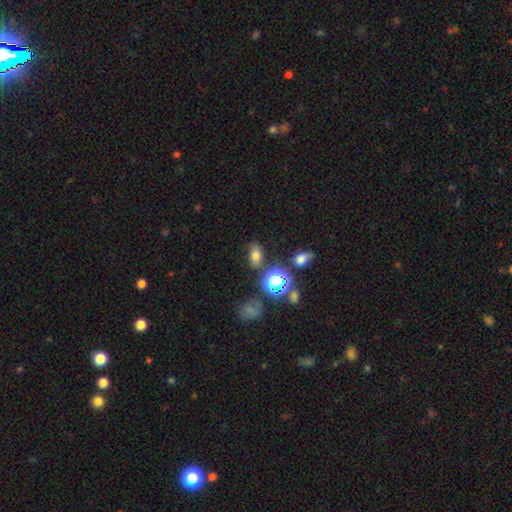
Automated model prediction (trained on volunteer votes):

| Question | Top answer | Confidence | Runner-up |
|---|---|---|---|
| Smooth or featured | smooth | 65% | star or artifact (22%) |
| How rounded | in between | 76% | round (21%) |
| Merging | none | 67% | minor disturbance (18%) |